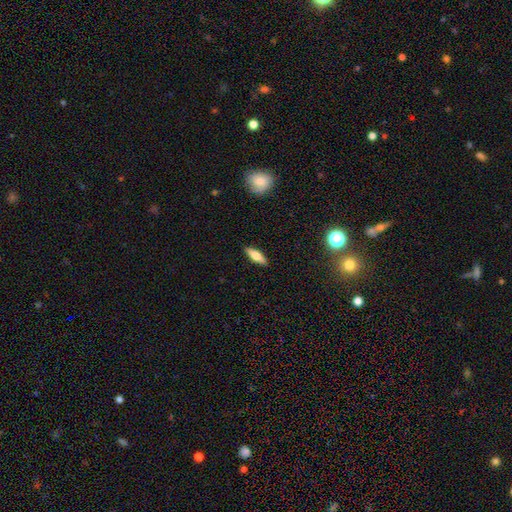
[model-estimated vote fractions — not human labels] smooth_or_featured: smooth (p=0.59) [alt: featured or disk p=0.34]
how_rounded: cigar-shaped (p=0.49) [alt: in between p=0.48]
merging: none (p=0.89) [alt: minor disturbance p=0.08]